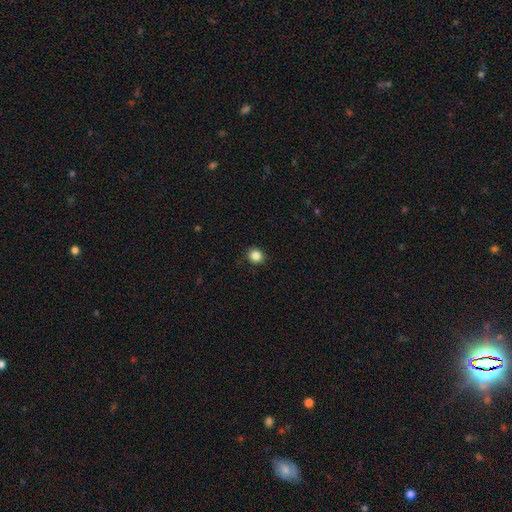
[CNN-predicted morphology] Overall: smooth (85%). How rounded: round (84%). Merging: none (89%).